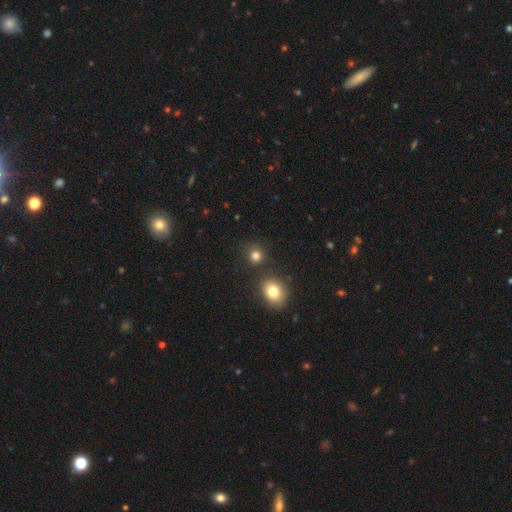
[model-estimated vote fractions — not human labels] smooth_or_featured: smooth (p=0.80) [alt: star or artifact p=0.14]
how_rounded: round (p=0.85) [alt: in between p=0.14]
merging: none (p=0.78) [alt: minor disturbance p=0.10]